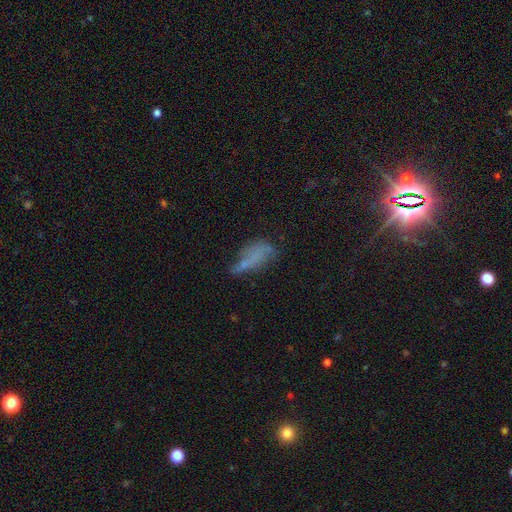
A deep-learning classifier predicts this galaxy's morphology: smooth-or-featured: smooth: 54% | featured or disk: 30% | star or artifact: 16%
  how-rounded: in between: 66% | cigar-shaped: 30% | round: 4%
  merging: none: 35% | minor disturbance: 30% | major disturbance: 26% | merger: 9%